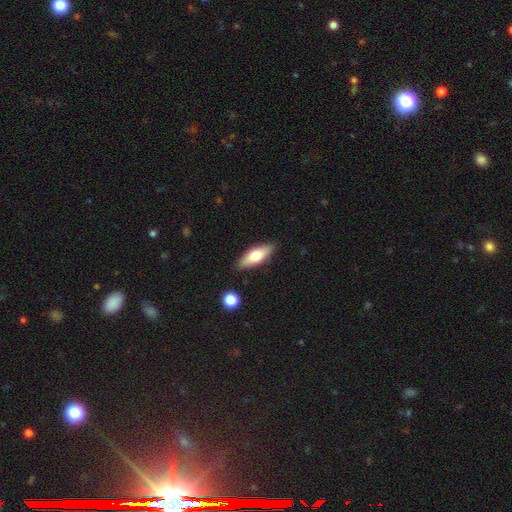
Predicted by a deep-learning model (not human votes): Q: Smooth or featured?
A: smooth (65%); runner-up: featured or disk (28%)
Q: How rounded?
A: in between (61%); runner-up: cigar-shaped (36%)
Q: Merging?
A: none (86%); runner-up: minor disturbance (10%)